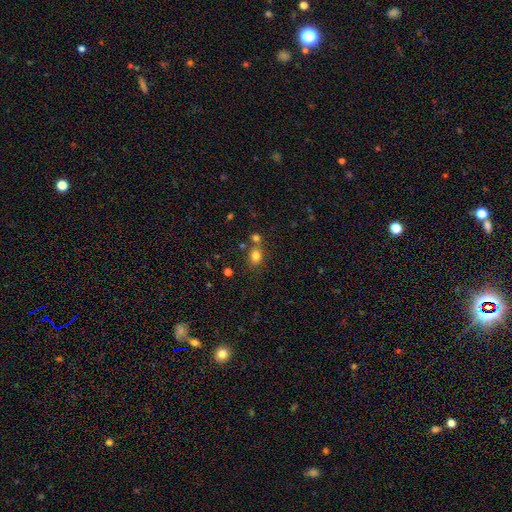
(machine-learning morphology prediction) Q: Smooth or featured?
A: smooth (79%); runner-up: star or artifact (14%)
Q: How rounded?
A: round (56%); runner-up: in between (42%)
Q: Merging?
A: none (63%); runner-up: merger (22%)